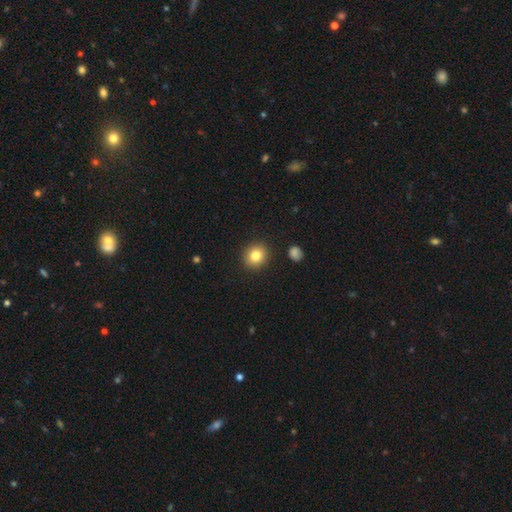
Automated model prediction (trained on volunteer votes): This appears to be a smooth galaxy with no disk features (83%) that is round (77%). Merging: none (90%).